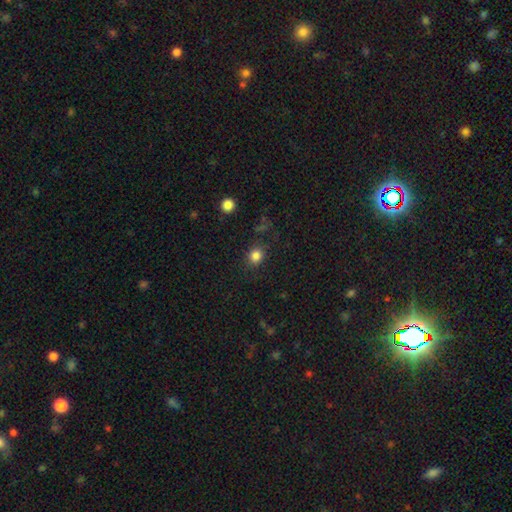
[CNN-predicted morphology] smooth_or_featured: smooth (p=0.83) [alt: star or artifact p=0.12]
how_rounded: round (p=0.75) [alt: in between p=0.24]
merging: none (p=0.84) [alt: minor disturbance p=0.10]